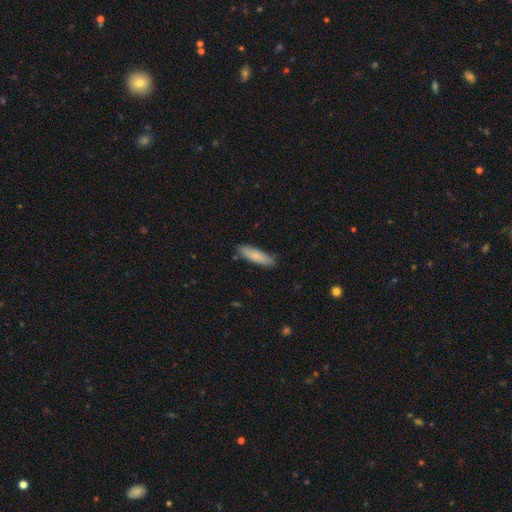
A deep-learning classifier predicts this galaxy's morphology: A smooth galaxy with no disk features (83%) that is cigar-shaped (57%).

Vote fractions:
- Smooth or featured? smooth: 83% / featured or disk: 11% / star or artifact: 6%
- How rounded? cigar-shaped: 57% / in between: 42% / round: 1%
- Merging? none: 83% / minor disturbance: 13% / major disturbance: 2% / merger: 2%